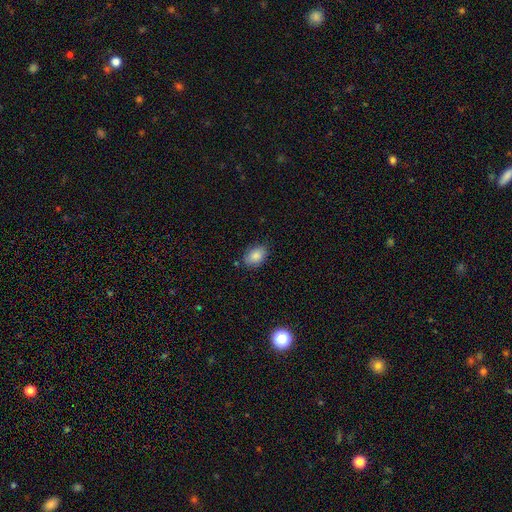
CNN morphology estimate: Overall: smooth (86%). How rounded: in between (86%). Merging: none (79%).